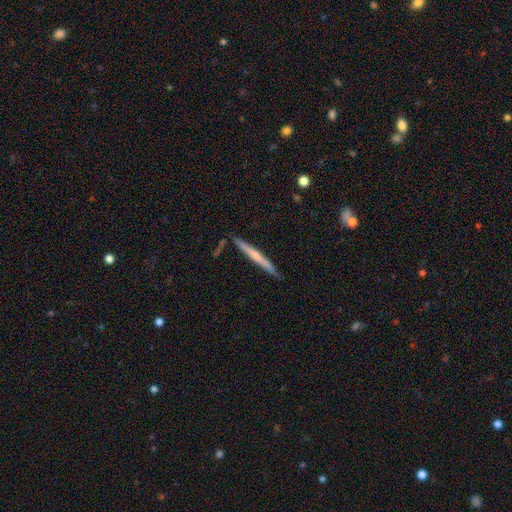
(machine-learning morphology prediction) Smooth or featured?
  - featured or disk: 50% *
  - smooth: 45%
  - star or artifact: 6%
Merging?
  - none: 86% *
  - minor disturbance: 10%
  - merger: 2%
  - major disturbance: 2%